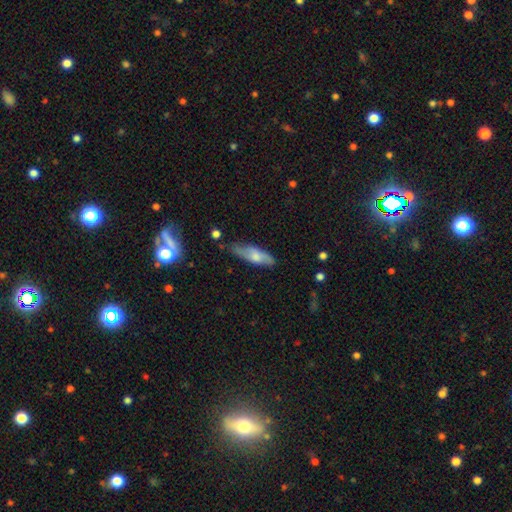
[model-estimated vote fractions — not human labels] Smooth or featured?
  - smooth: 61% *
  - featured or disk: 33%
  - star or artifact: 6%
How rounded?
  - in between: 51% *
  - cigar-shaped: 47%
  - round: 2%
Merging?
  - none: 59% *
  - minor disturbance: 30%
  - major disturbance: 7%
  - merger: 3%